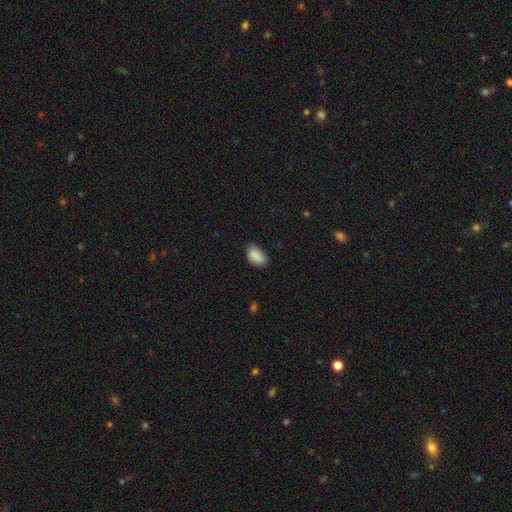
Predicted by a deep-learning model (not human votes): The model was most divided on "merging": none: 70%, minor disturbance: 25%, major disturbance: 4%, merger: 1%. More confident: how rounded — in between (91%); smooth or featured — smooth (88%).